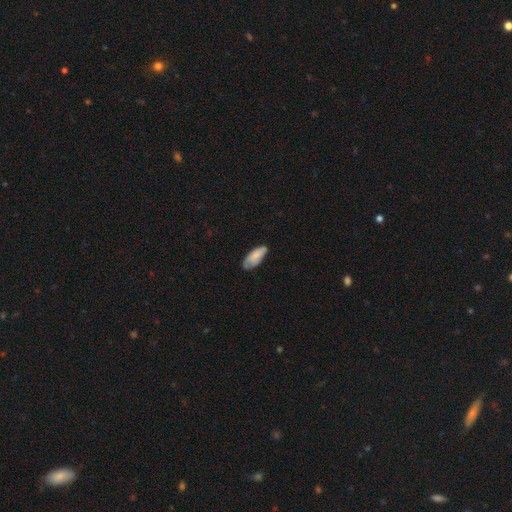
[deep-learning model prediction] A smooth galaxy with no disk features (77%) that is in between round and cigar-shaped (83%). Merging: none (62%).